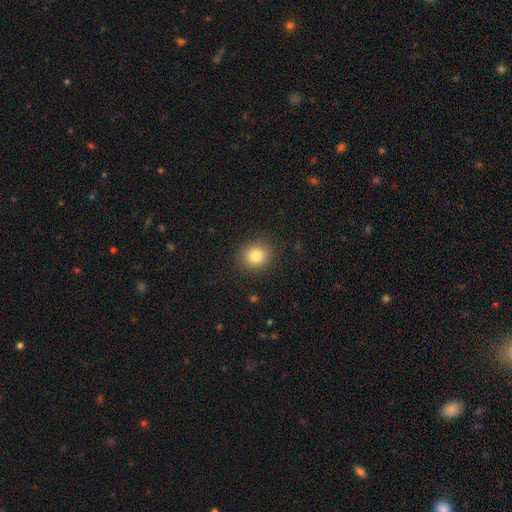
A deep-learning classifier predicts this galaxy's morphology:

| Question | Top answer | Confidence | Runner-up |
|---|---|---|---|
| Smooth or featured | smooth | 83% | star or artifact (11%) |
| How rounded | round | 82% | in between (17%) |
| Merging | none | 89% | minor disturbance (7%) |